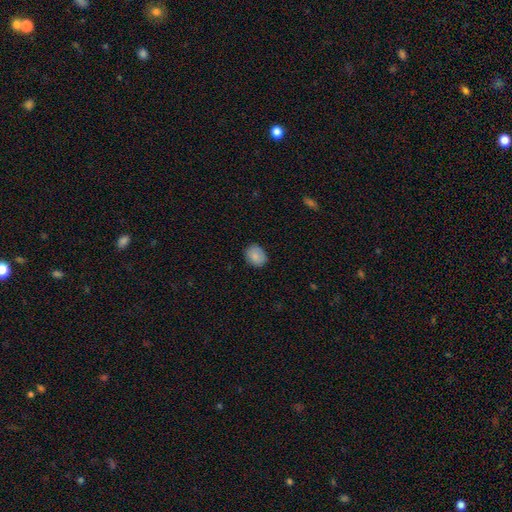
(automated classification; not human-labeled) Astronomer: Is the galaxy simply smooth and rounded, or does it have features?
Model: smooth — 84%.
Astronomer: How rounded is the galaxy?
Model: round — 50% (runner-up: in between, 49%).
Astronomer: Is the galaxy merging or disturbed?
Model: none — 84%.